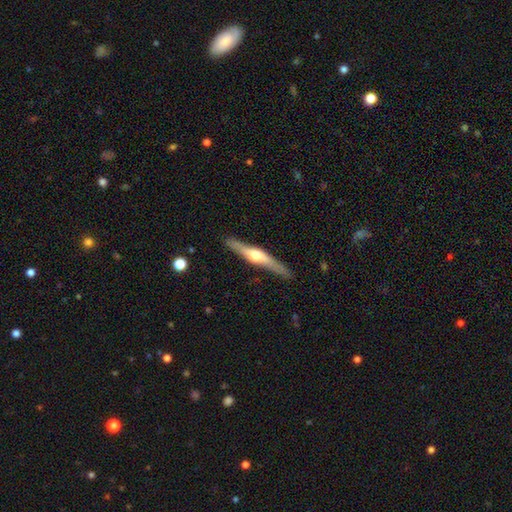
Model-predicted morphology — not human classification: smooth-or-featured: featured or disk: 72% | smooth: 24% | star or artifact: 5%
  disk-edge-on: yes: 96% | no: 4%
    edge-on-bulge: rounded: 93% | boxy: 4% | none: 3%
  merging: none: 89% | minor disturbance: 8% | major disturbance: 2% | merger: 1%